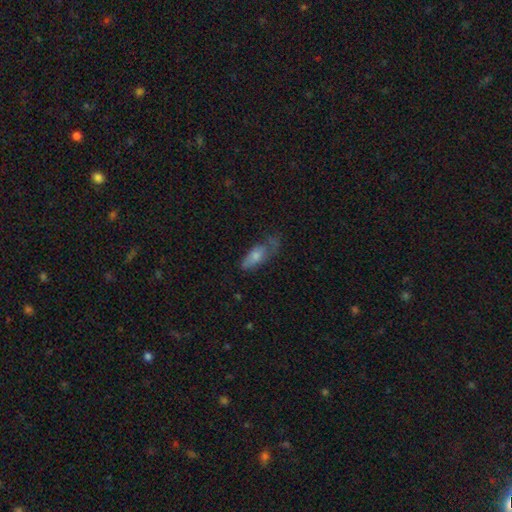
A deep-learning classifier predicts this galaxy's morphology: Smooth or featured? Predicted: smooth (p=0.55). How rounded? Predicted: in between (p=0.67). Merging? Predicted: none (p=0.42).